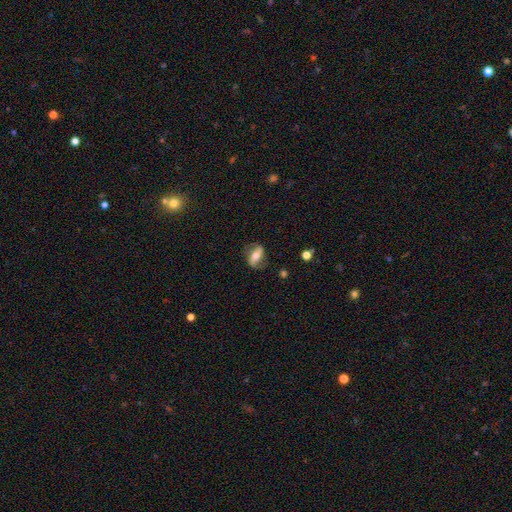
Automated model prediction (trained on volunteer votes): The model was most divided on "bar": strong: 51%, no: 25%, weak: 24%. More confident: edge-on disk — no (84%); spiral arms — yes (76%); merging — none (73%); smooth or featured — featured or disk (61%); bulge size — moderate (61%).